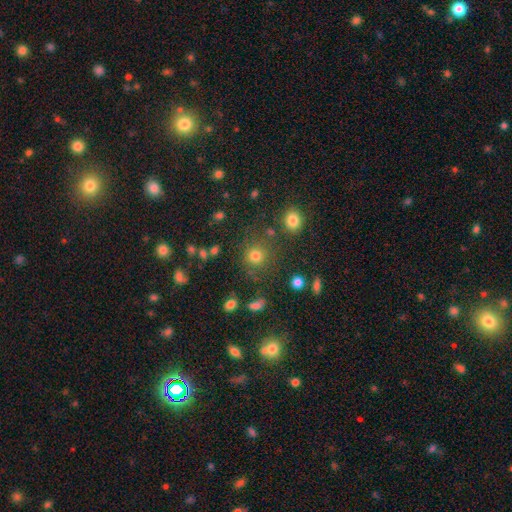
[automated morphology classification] smooth-or-featured: smooth: 76% | star or artifact: 17% | featured or disk: 7%
  how-rounded: round: 91% | in between: 8% | cigar-shaped: 1%
  merging: none: 78% | minor disturbance: 10% | merger: 7% | major disturbance: 5%